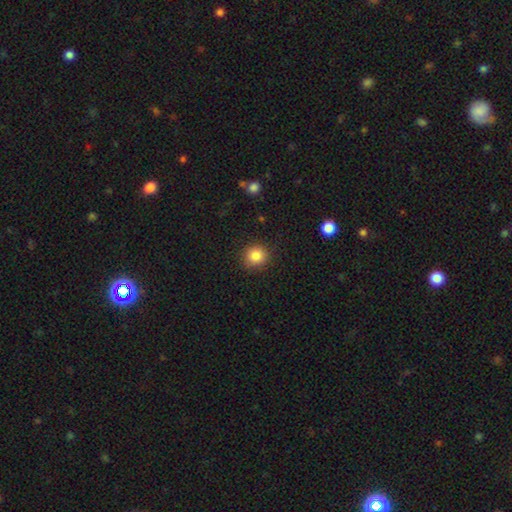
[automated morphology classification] A smooth galaxy with no disk features (86%) that is round (88%).

Vote fractions:
- Smooth or featured? smooth: 86% / star or artifact: 10% / featured or disk: 4%
- How rounded? round: 88% / in between: 11% / cigar-shaped: 1%
- Merging? none: 89% / minor disturbance: 8% / major disturbance: 2% / merger: 1%